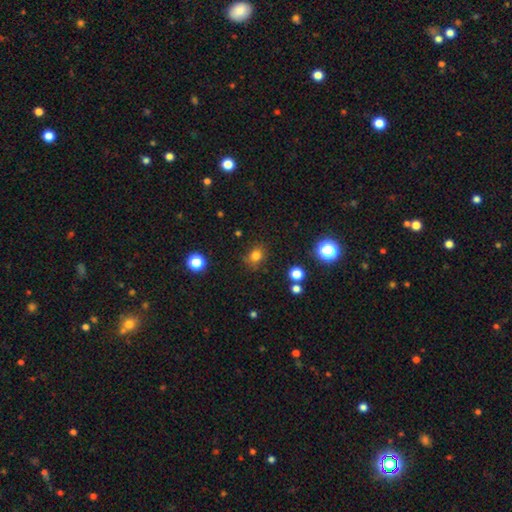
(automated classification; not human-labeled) The model was most divided on "how rounded": round: 68%, in between: 31%, cigar-shaped: 1%. More confident: merging — none (79%); smooth or featured — smooth (79%).